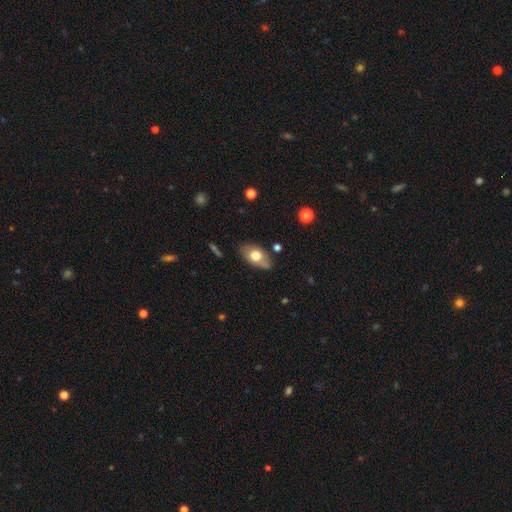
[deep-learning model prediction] smooth_or_featured: smooth (p=0.68) [alt: featured or disk p=0.25]
how_rounded: in between (p=0.87) [alt: round p=0.10]
merging: none (p=0.73) [alt: minor disturbance p=0.20]